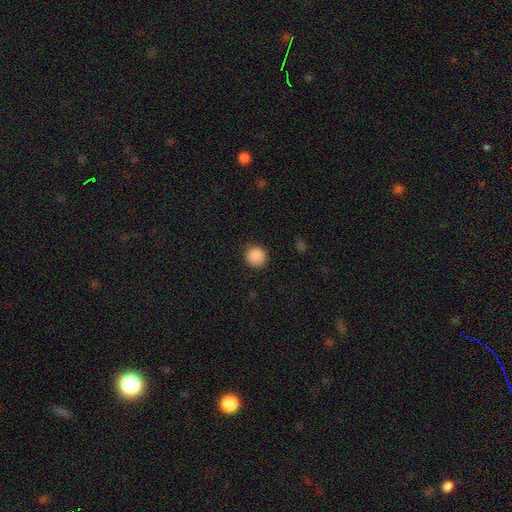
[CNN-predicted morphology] Smooth or featured?
  - smooth: 89% *
  - star or artifact: 9%
  - featured or disk: 2%
How rounded?
  - round: 92% *
  - in between: 7%
  - cigar-shaped: 1%
Merging?
  - none: 88% *
  - minor disturbance: 8%
  - major disturbance: 2%
  - merger: 1%